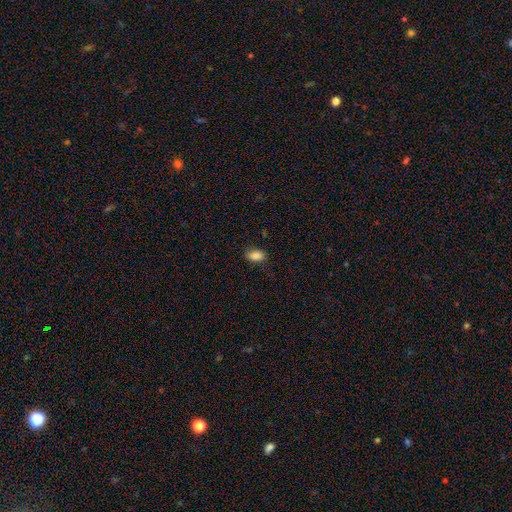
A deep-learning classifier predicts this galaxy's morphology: type=smooth (84%); roundness=in between (89%); merging=none (83%).